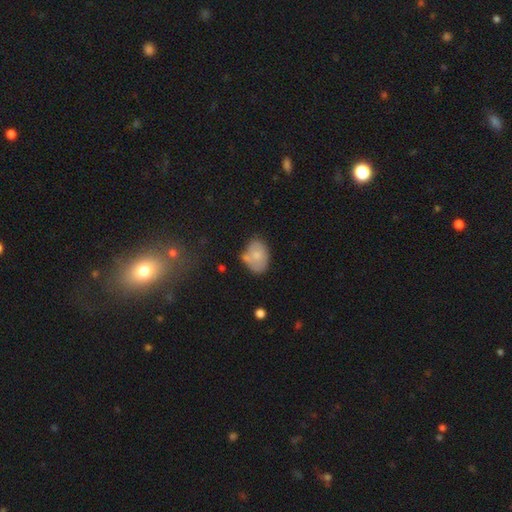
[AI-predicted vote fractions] Smooth or featured? Predicted: smooth (p=0.70). How rounded? Predicted: in between (p=0.75). Merging? Predicted: none (p=0.44).